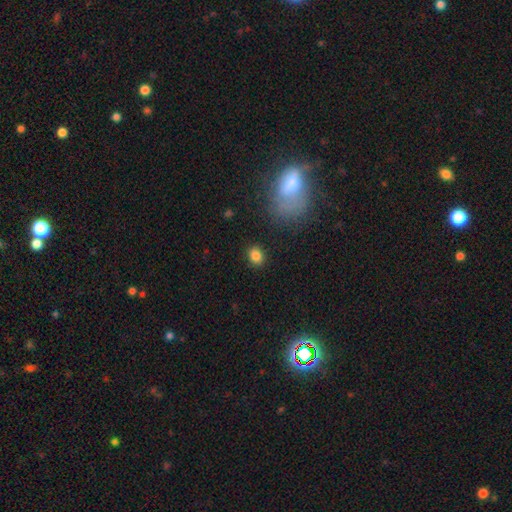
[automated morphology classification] Overall: smooth (84%). How rounded: round (51%; in between 48%). Merging: none (88%).